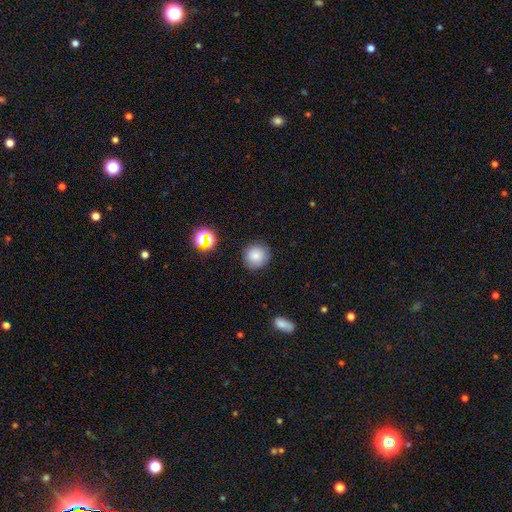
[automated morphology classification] Smooth or featured: smooth — 81% (star or artifact — 12%)
How rounded: round — 92% (in between — 7%)
Merging: none — 88% (minor disturbance — 8%)